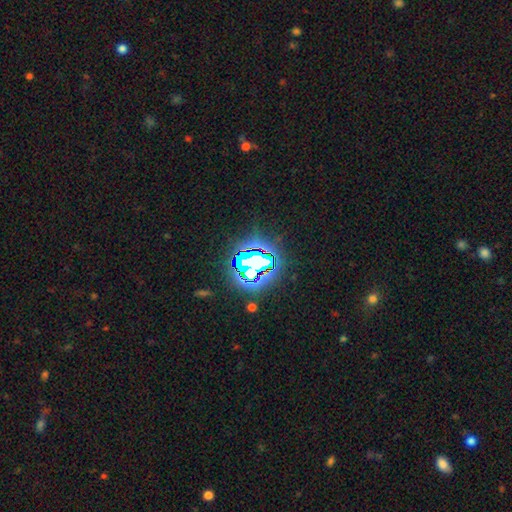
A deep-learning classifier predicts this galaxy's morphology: A star or artifact, not a galaxy (80%).